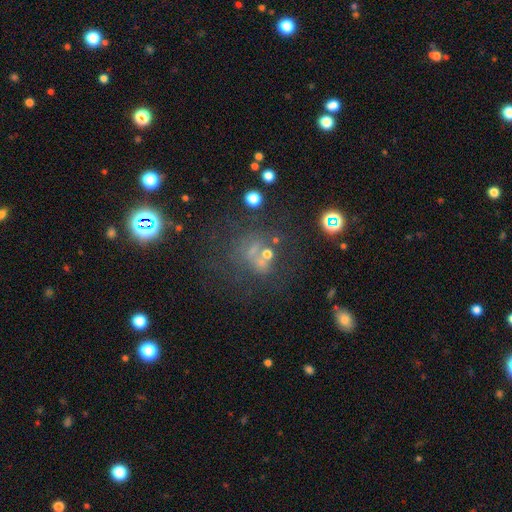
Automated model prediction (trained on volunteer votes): Smooth or featured? star or artifact (41%)